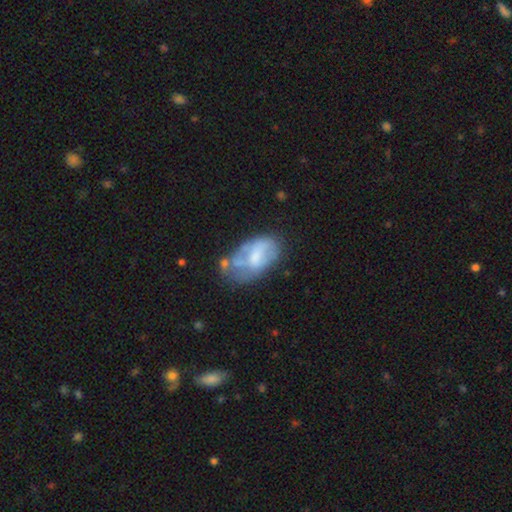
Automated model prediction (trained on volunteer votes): smooth-or-featured: featured or disk: 49% | smooth: 43% | star or artifact: 8%
  merging: none: 37% | minor disturbance: 29% | major disturbance: 20% | merger: 14%